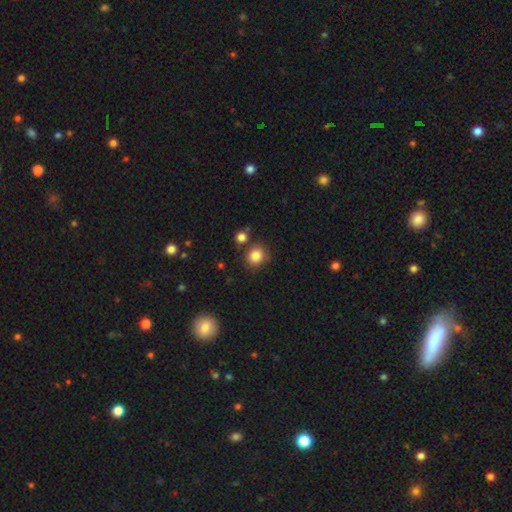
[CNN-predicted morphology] This appears to be a smooth galaxy with no disk features (84%) that is round (80%). Merging: none (77%).